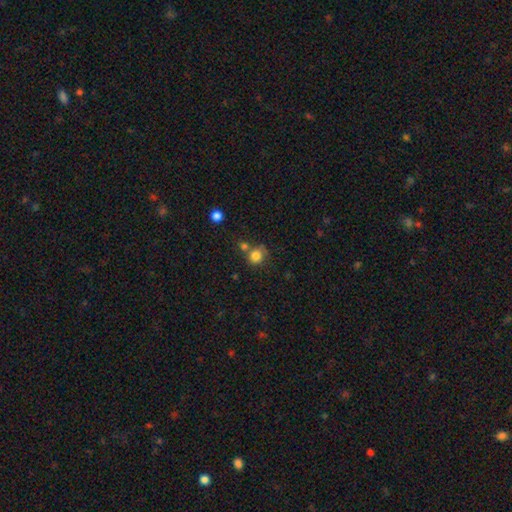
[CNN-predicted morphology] Overall: smooth (82%). How rounded: round (84%). Merging: none (62%).